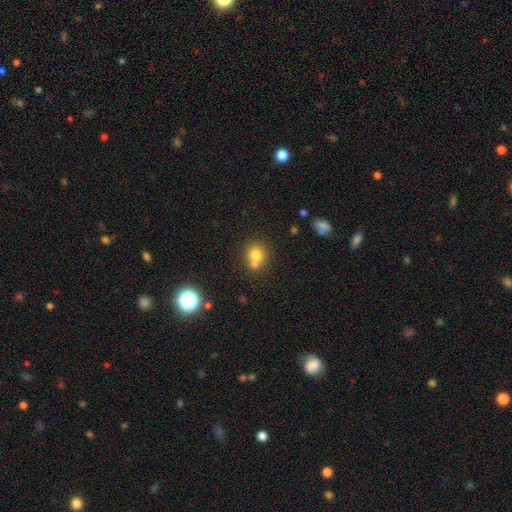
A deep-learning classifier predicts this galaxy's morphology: smooth-or-featured: smooth: 75% | star or artifact: 13% | featured or disk: 12%
  how-rounded: round: 83% | in between: 16% | cigar-shaped: 1%
  merging: none: 50% | merger: 38% | minor disturbance: 9% | major disturbance: 3%